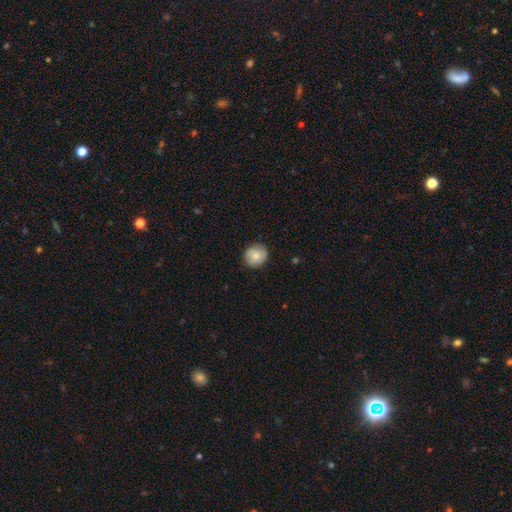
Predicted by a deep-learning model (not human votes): Smooth or featured?
  - smooth: 78% *
  - featured or disk: 15%
  - star or artifact: 7%
How rounded?
  - round: 87% *
  - in between: 12%
  - cigar-shaped: 1%
Merging?
  - none: 85% *
  - minor disturbance: 12%
  - major disturbance: 2%
  - merger: 1%